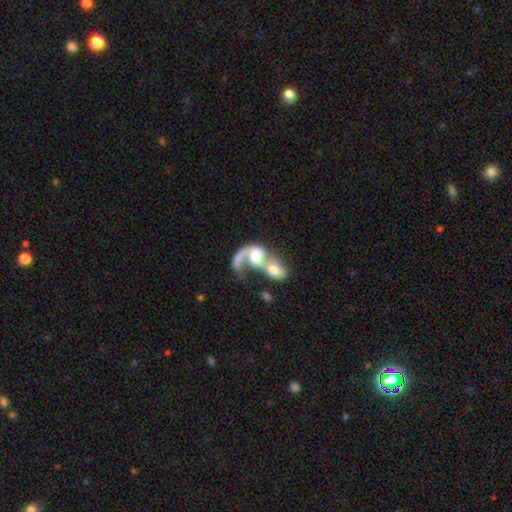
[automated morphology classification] Q: Smooth or featured?
A: featured or disk (64%); runner-up: smooth (29%)
Q: Edge-on disk?
A: no (97%); runner-up: yes (3%)
Q: Bar?
A: no (63%); runner-up: weak (28%)
Q: Spiral arms?
A: yes (79%); runner-up: no (21%)
Q: Bulge size?
A: moderate (41%); runner-up: large (33%)
Q: Merging?
A: merger (81%); runner-up: major disturbance (9%)